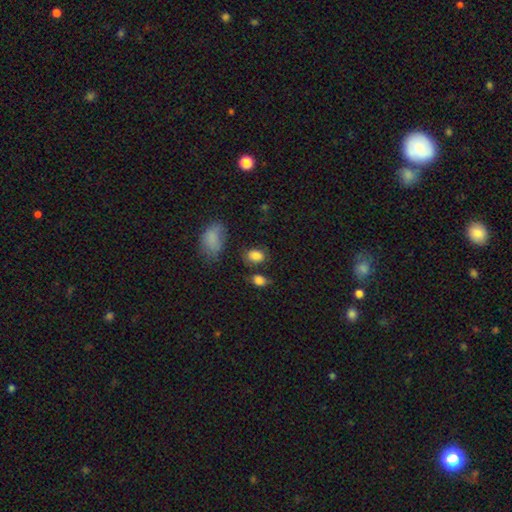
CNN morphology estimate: smooth-or-featured: smooth: 84% | star or artifact: 10% | featured or disk: 6%
  how-rounded: in between: 74% | round: 25% | cigar-shaped: 1%
  merging: none: 69% | minor disturbance: 17% | merger: 8% | major disturbance: 6%